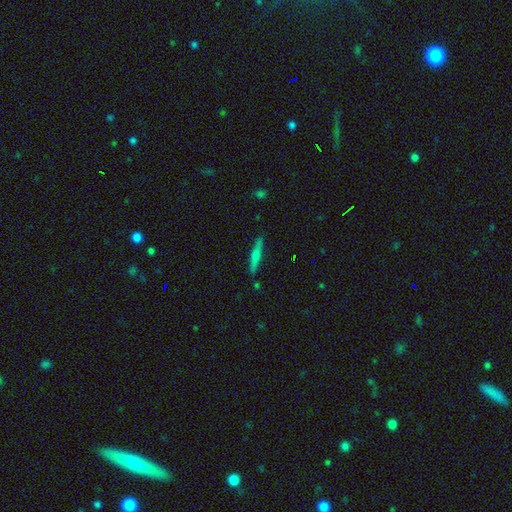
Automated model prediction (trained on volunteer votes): Q: Smooth or featured?
A: smooth (54%); runner-up: featured or disk (40%)
Q: How rounded?
A: cigar-shaped (92%); runner-up: in between (6%)
Q: Merging?
A: none (87%); runner-up: minor disturbance (9%)